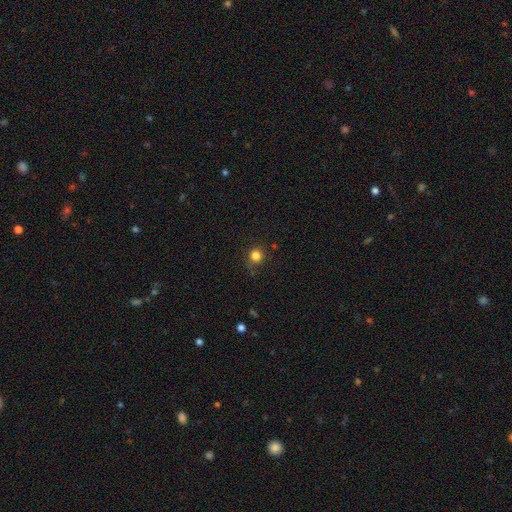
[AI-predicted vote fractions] Smooth or featured? Predicted: smooth (p=0.82). How rounded? Predicted: round (p=0.91). Merging? Predicted: none (p=0.77).